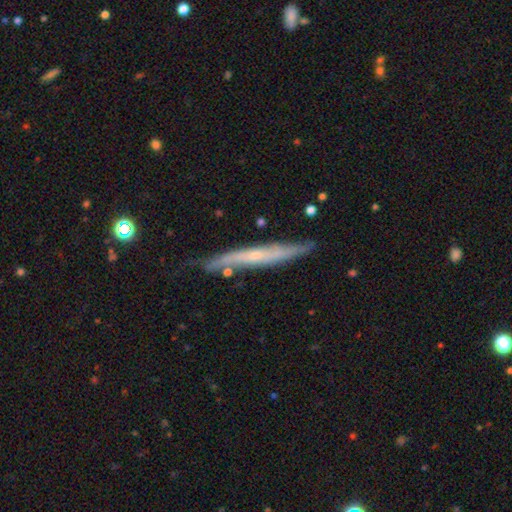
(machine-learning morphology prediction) Overall: featured or disk (69%). Edge-on disk: yes (87%). Edge-on bulge: none (53%; rounded 43%). Merging: none (74%).